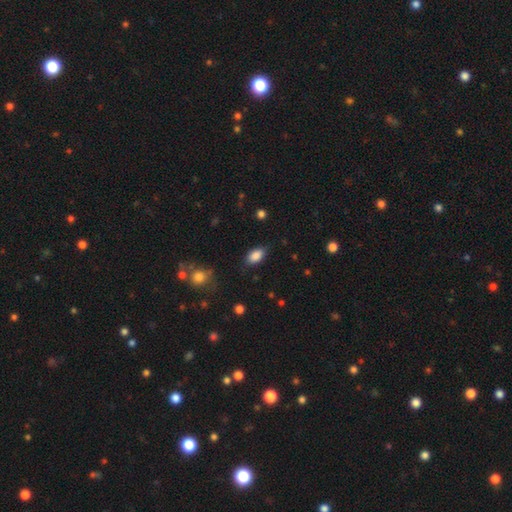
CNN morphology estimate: This appears to be a smooth galaxy with no disk features (86%) that is in between round and cigar-shaped (91%). Merging: none (79%).